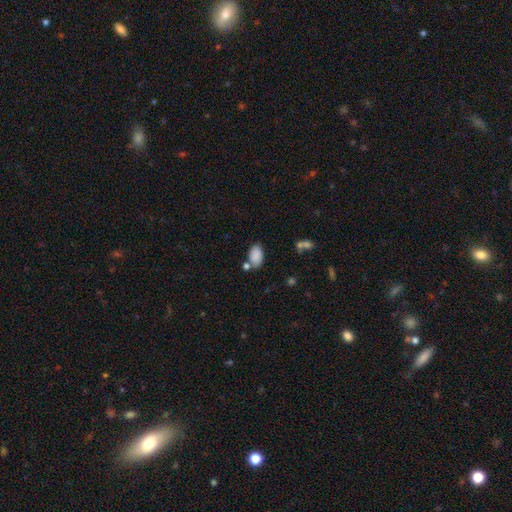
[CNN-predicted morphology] This is clearly a smooth galaxy (86%). How rounded: clearly in between (92%). Merging: likely none (62%).